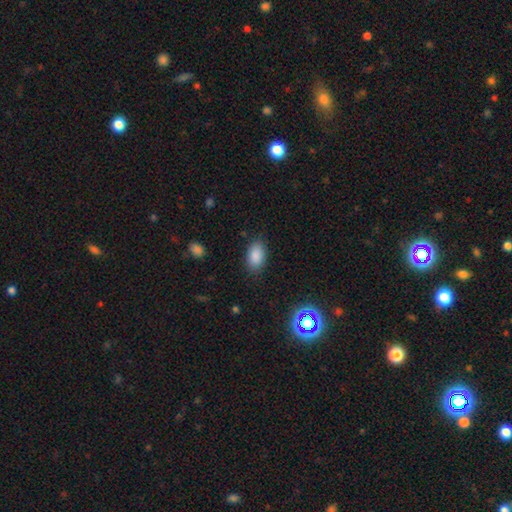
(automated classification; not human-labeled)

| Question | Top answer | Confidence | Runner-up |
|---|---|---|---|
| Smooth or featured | smooth | 87% | star or artifact (9%) |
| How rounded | in between | 92% | round (6%) |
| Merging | none | 83% | minor disturbance (12%) |